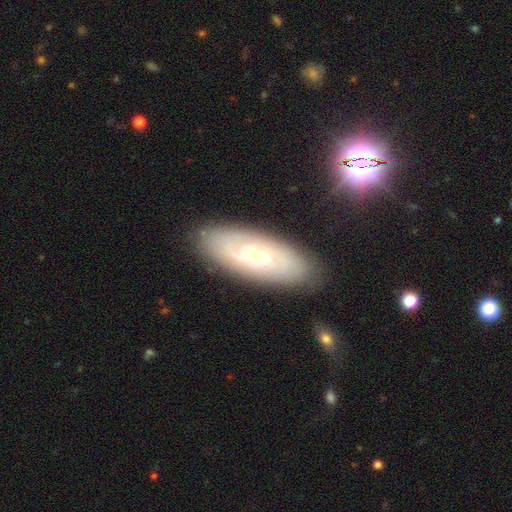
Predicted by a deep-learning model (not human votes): Morphology: type=featured or disk (70%); edge-on=no (90%); bar=no (59%); spiral arms=yes (91%); winding=tight (60%); arm count=can't tell (42%); bulge=small (77%); merging=none (85%).